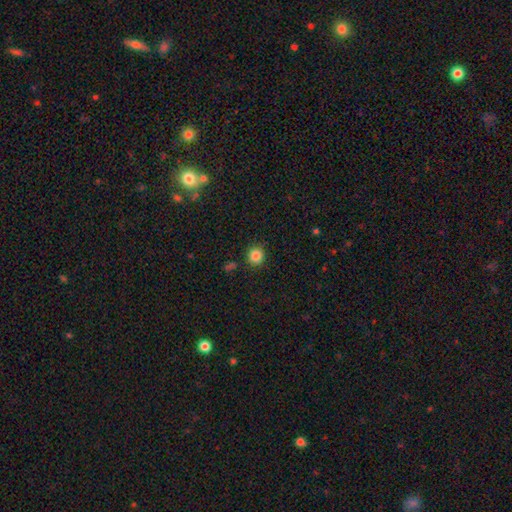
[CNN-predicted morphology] Q: Smooth or featured?
A: smooth (85%); runner-up: star or artifact (11%)
Q: How rounded?
A: round (92%); runner-up: in between (7%)
Q: Merging?
A: none (89%); runner-up: minor disturbance (7%)